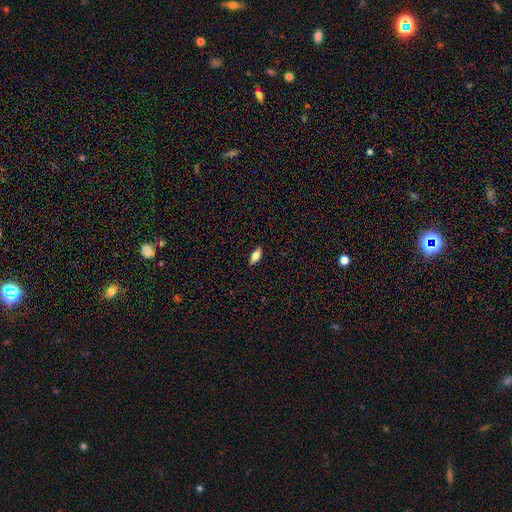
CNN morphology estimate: Smooth or featured: smooth — 71% (featured or disk — 21%)
How rounded: in between — 79% (cigar-shaped — 18%)
Merging: none — 89% (minor disturbance — 9%)